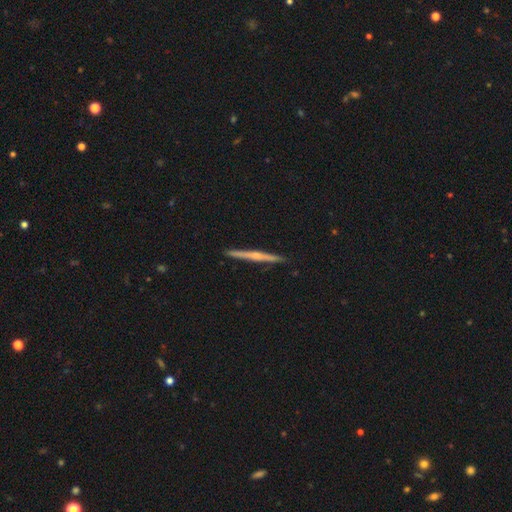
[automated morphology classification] Smooth or featured? Predicted: featured or disk (p=0.68). Edge-on disk? Predicted: yes (p=0.98). Edge-on bulge? Predicted: rounded (p=0.63). Merging? Predicted: none (p=0.92).